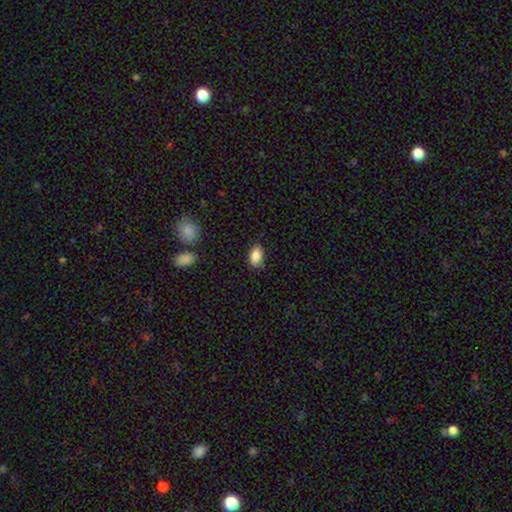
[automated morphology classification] smooth_or_featured: smooth (p=0.88) [alt: star or artifact p=0.08]
how_rounded: in between (p=0.89) [alt: round p=0.10]
merging: none (p=0.81) [alt: minor disturbance p=0.15]